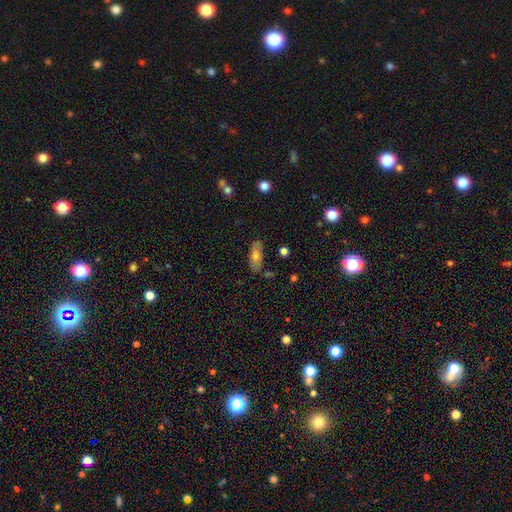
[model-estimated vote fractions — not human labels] A smooth galaxy with no disk features (65%) that is in between round and cigar-shaped (81%).

Vote fractions:
- Smooth or featured? smooth: 65% / featured or disk: 27% / star or artifact: 8%
- How rounded? in between: 81% / cigar-shaped: 16% / round: 4%
- Merging? none: 76% / minor disturbance: 17% / major disturbance: 4% / merger: 3%